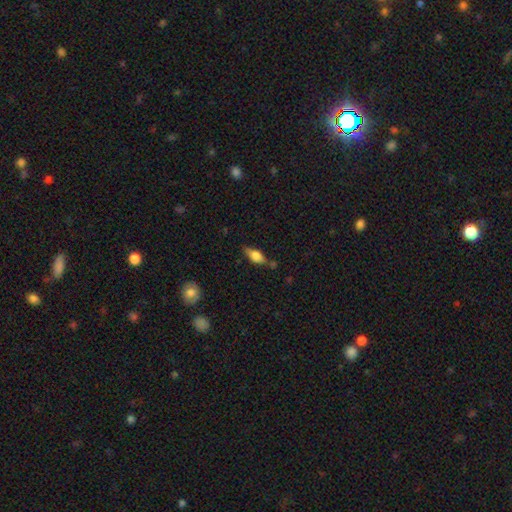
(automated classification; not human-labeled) Smooth or featured? Predicted: smooth (p=0.66). How rounded? Predicted: in between (p=0.74). Merging? Predicted: none (p=0.64).